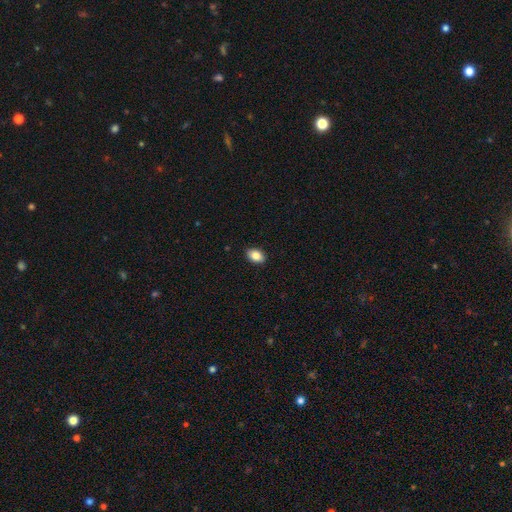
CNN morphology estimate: Smooth or featured? Predicted: smooth (p=0.84). How rounded? Predicted: in between (p=0.83). Merging? Predicted: none (p=0.90).